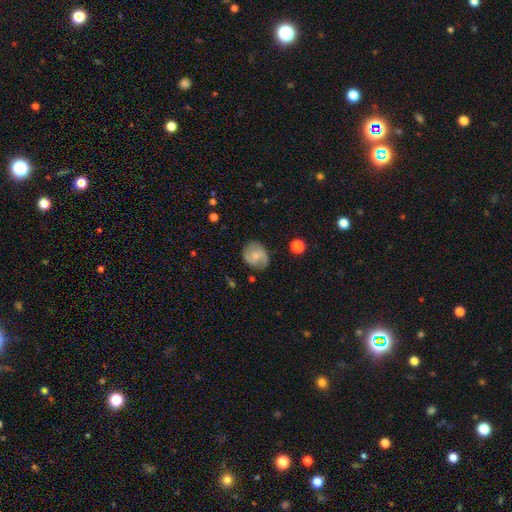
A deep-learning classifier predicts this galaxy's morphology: featured or disk 65%, smooth 28%, star or artifact 7%. Down the decision tree: edge-on disk — no (98%); bar — no (56%); spiral arms — yes (91%); spiral arm count — 2 (82%); spiral winding — medium (47%); bulge size — small (60%); merging — none (77%).